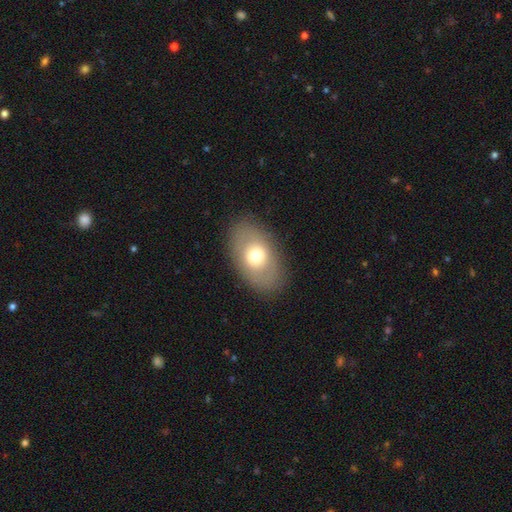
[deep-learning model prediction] This appears to be a smooth galaxy with no disk features (64%) that is in between round and cigar-shaped (86%). Merging: none (85%).